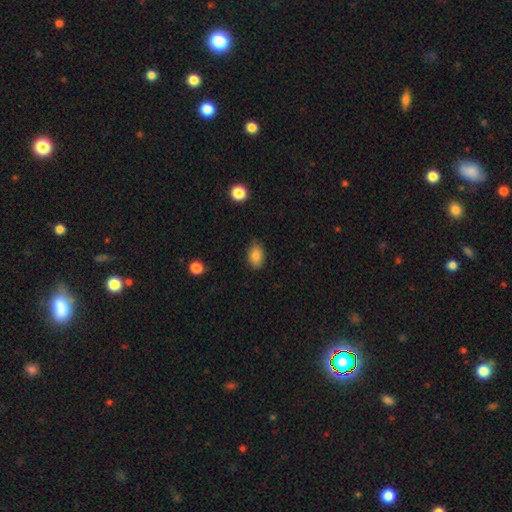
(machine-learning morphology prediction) This appears to be a smooth galaxy with no disk features (85%) that is in between round and cigar-shaped (85%). Merging: none (80%).